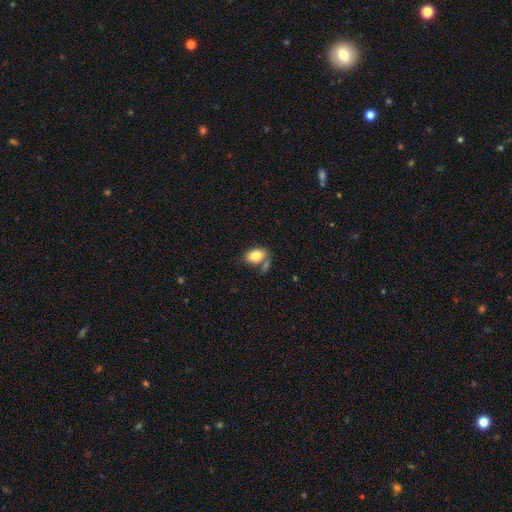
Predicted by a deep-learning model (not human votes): This appears to be a smooth galaxy with no disk features (82%) that is in between round and cigar-shaped (89%). Merging: none (53%).